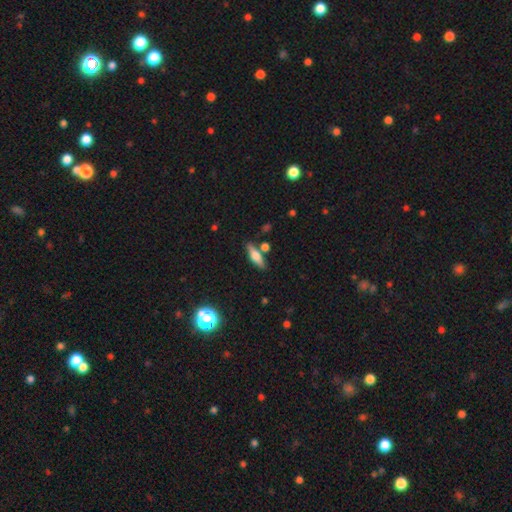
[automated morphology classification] A smooth galaxy with no disk features (58%) that is cigar-shaped (56%).

Vote fractions:
- Smooth or featured? smooth: 58% / featured or disk: 34% / star or artifact: 8%
- How rounded? cigar-shaped: 56% / in between: 41% / round: 3%
- Merging? none: 77% / minor disturbance: 11% / merger: 9% / major disturbance: 3%